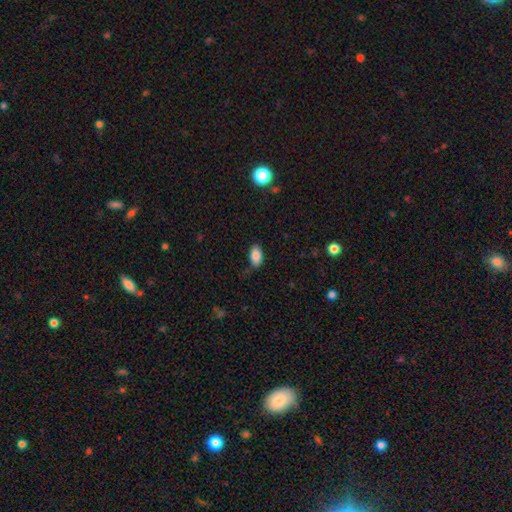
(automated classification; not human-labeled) Q: Smooth or featured?
A: smooth (86%); runner-up: star or artifact (8%)
Q: How rounded?
A: in between (93%); runner-up: round (4%)
Q: Merging?
A: none (80%); runner-up: minor disturbance (16%)